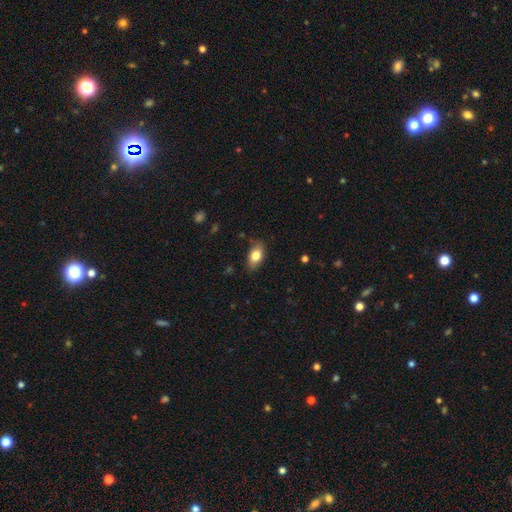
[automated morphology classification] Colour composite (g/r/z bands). It shows a smooth galaxy with no disk features (80%) that is in between round and cigar-shaped (88%). Merging: none (83%).